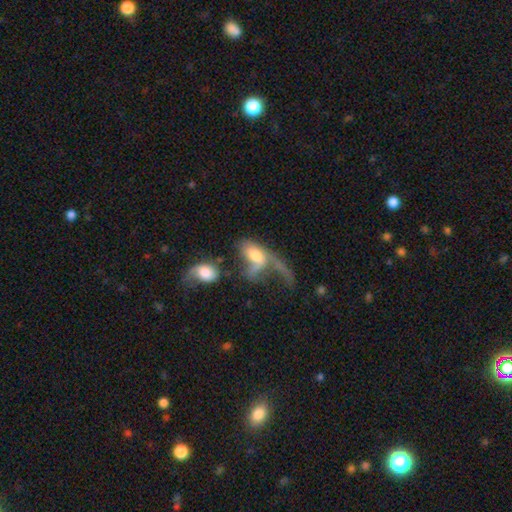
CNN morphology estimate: This is possibly a smooth galaxy (48%). Merging: possibly major disturbance (45%).